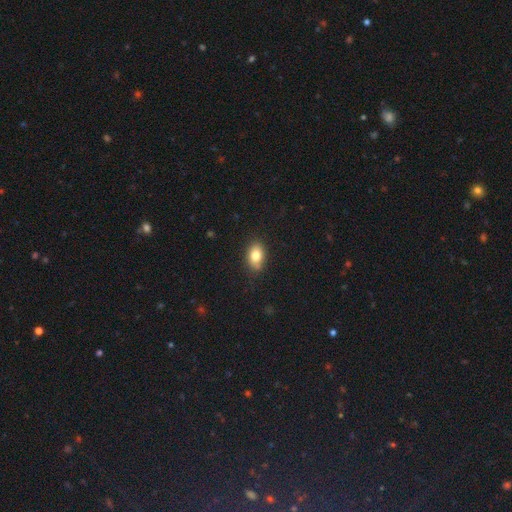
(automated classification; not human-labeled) smooth 81%, featured or disk 11%, star or artifact 9%. Down the decision tree: how rounded — in between (84%); merging — none (81%).